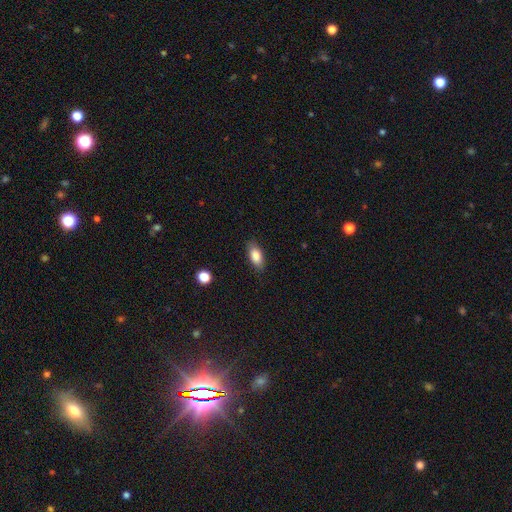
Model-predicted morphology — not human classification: A smooth galaxy with no disk features (85%) that is in between round and cigar-shaped (88%). Merging: none (85%).